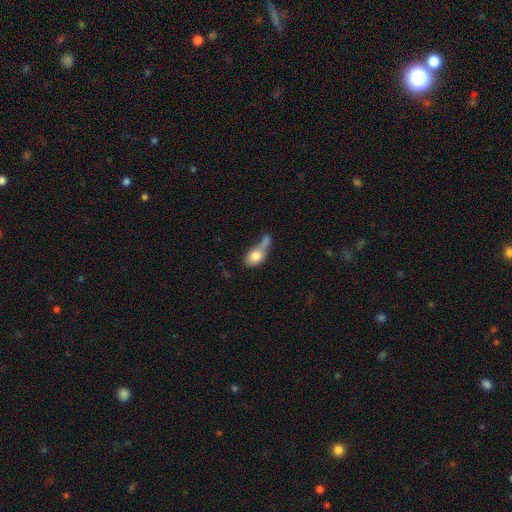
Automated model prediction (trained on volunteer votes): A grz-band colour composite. It shows a smooth galaxy with no disk features (75%) that is in between round and cigar-shaped (72%). Merging: merger (51%).